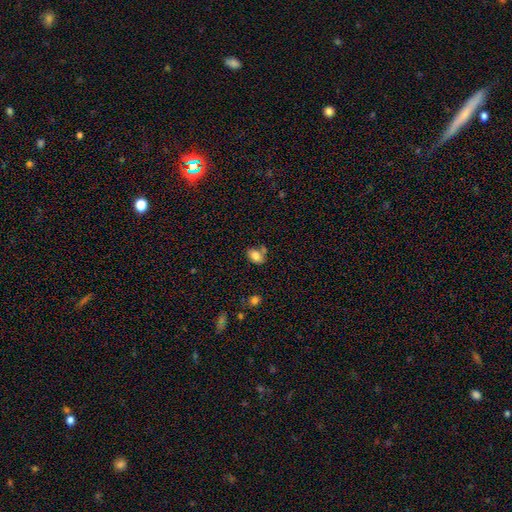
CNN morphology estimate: Smooth or featured?
  - smooth: 81% *
  - featured or disk: 10%
  - star or artifact: 9%
How rounded?
  - in between: 83% *
  - round: 16%
  - cigar-shaped: 1%
Merging?
  - none: 55% *
  - merger: 21%
  - minor disturbance: 19%
  - major disturbance: 6%